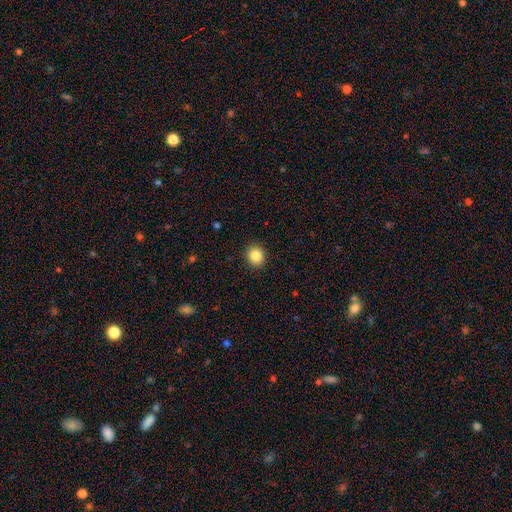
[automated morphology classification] This is clearly a smooth galaxy (85%). How rounded: likely round (72%). Merging: clearly none (91%).